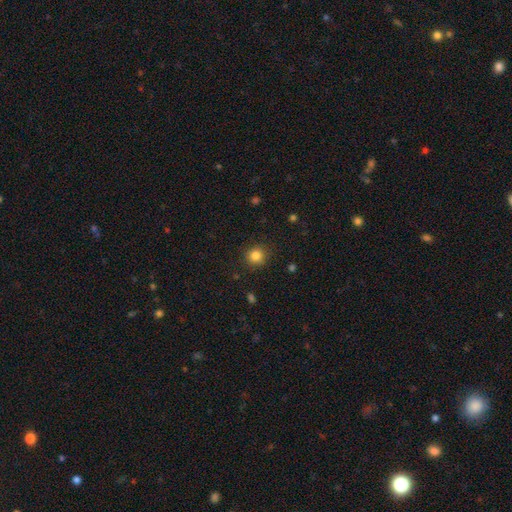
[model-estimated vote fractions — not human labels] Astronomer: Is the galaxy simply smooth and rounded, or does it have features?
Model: smooth — 84%.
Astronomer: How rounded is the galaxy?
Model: round — 91%.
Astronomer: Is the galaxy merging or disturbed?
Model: none — 89%.